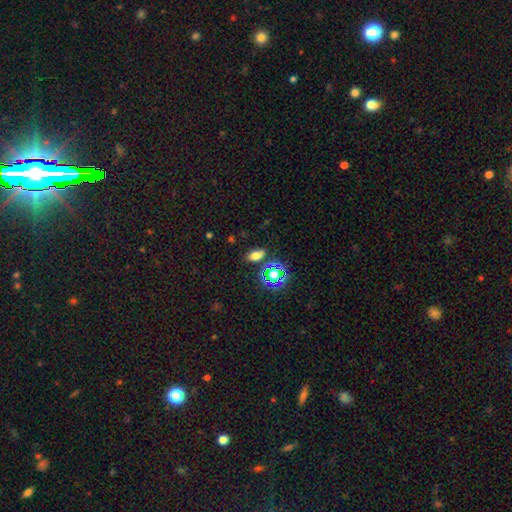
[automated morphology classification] Smooth or featured? smooth (67%)
How rounded? in between (80%)
Merging? none (81%)